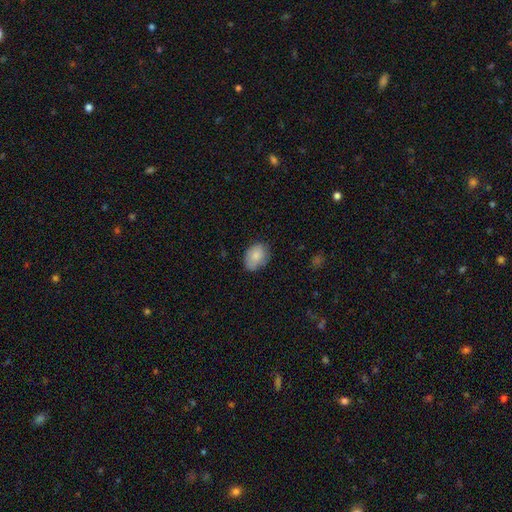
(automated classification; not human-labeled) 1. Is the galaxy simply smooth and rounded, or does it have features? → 82% smooth, 10% featured or disk, 7% star or artifact.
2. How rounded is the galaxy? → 71% in between, 28% round, 1% cigar-shaped.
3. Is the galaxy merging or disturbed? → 70% none, 24% minor disturbance, 5% major disturbance, 1% merger.